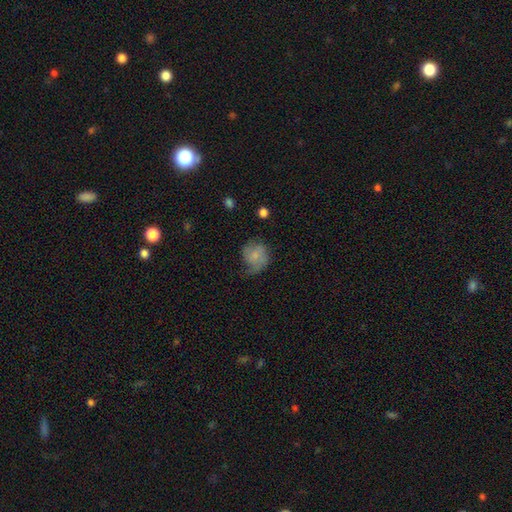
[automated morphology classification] A smooth galaxy with no disk features (61%) that is round (76%). Merging: none (45%).